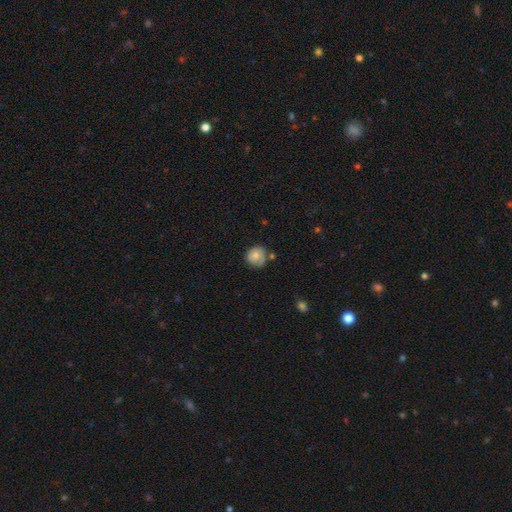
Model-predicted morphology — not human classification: Q: Smooth or featured?
A: smooth (70%); runner-up: featured or disk (22%)
Q: How rounded?
A: round (86%); runner-up: in between (13%)
Q: Merging?
A: none (64%); runner-up: minor disturbance (24%)